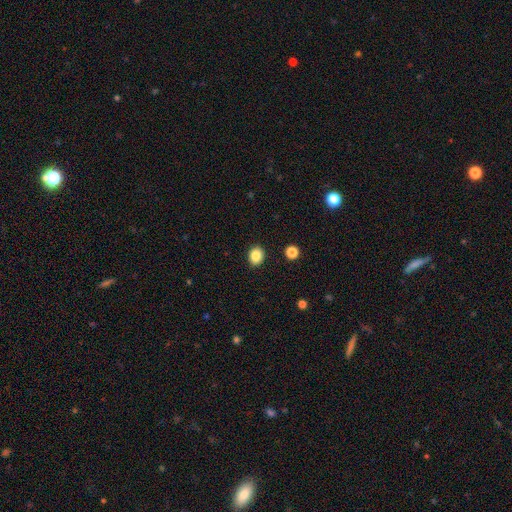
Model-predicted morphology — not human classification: type=smooth (86%); roundness=round (57%); merging=none (91%).